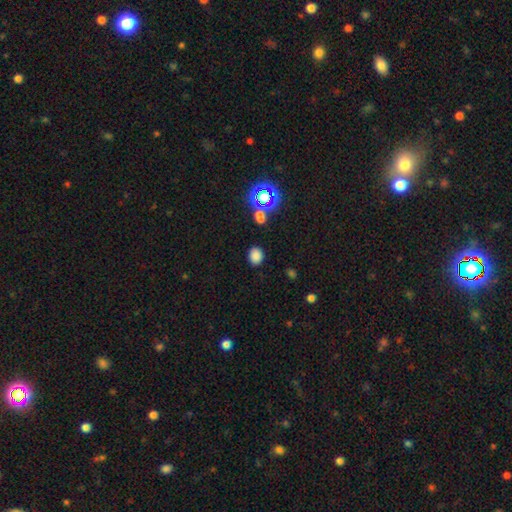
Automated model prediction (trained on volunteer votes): This is likely a smooth galaxy (79%). How rounded: possibly round (53%). Merging: clearly none (84%).